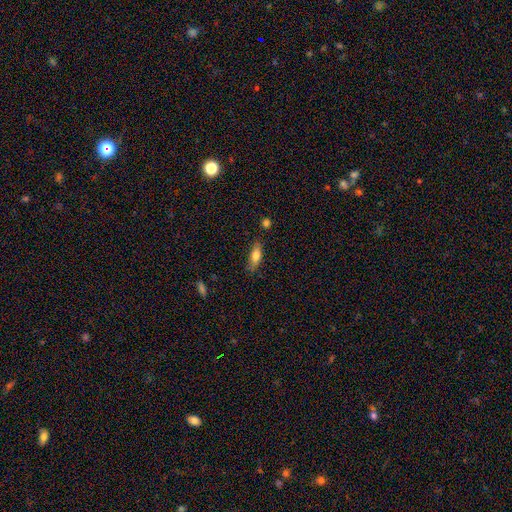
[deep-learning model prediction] This is likely a smooth galaxy (71%). How rounded: possibly in between (57%). Merging: likely none (75%).